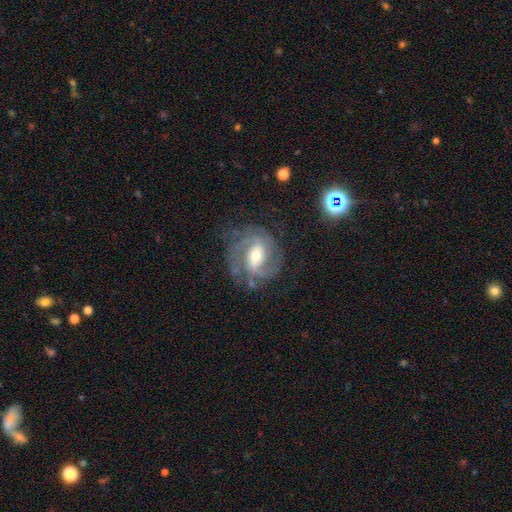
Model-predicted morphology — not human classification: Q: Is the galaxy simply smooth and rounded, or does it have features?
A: featured or disk — 84%.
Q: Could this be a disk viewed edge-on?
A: no — 97%.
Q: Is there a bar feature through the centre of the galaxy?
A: weak — 46%.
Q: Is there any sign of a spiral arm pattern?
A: yes — 94%.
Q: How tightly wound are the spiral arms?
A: medium — 44%.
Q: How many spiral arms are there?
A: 2 — 57%.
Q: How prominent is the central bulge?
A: moderate — 64%.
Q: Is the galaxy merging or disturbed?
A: none — 70%.